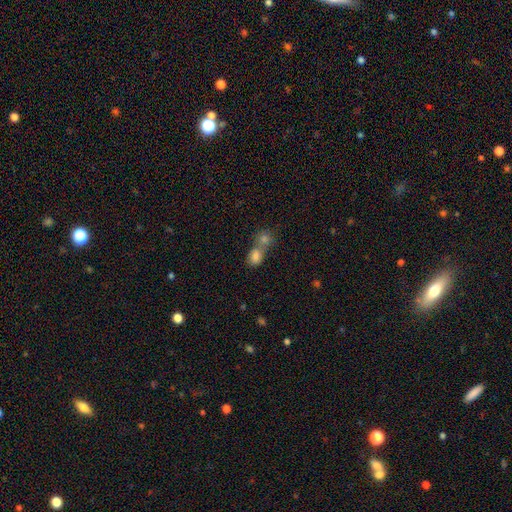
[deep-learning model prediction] A smooth galaxy with no disk features (80%) that is in between round and cigar-shaped (56%). Merging: merger (62%).